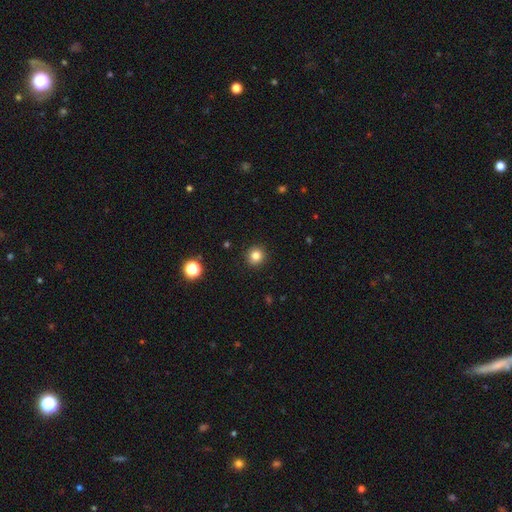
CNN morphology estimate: Smooth or featured? smooth (83%)
How rounded? round (92%)
Merging? none (92%)